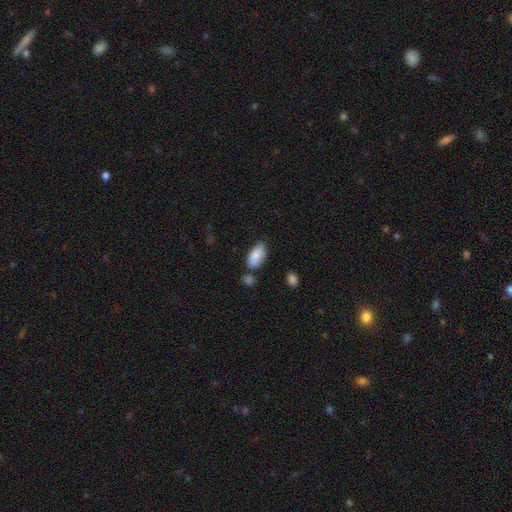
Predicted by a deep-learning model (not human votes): Smooth or featured?
  - smooth: 86% *
  - featured or disk: 7%
  - star or artifact: 6%
How rounded?
  - in between: 94% *
  - cigar-shaped: 4%
  - round: 3%
Merging?
  - none: 65% *
  - minor disturbance: 22%
  - merger: 9%
  - major disturbance: 4%